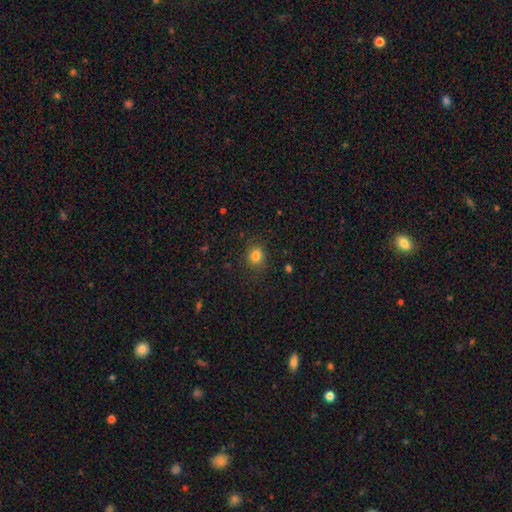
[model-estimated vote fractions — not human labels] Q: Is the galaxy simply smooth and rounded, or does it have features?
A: smooth — 82%.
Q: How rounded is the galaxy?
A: round — 69%.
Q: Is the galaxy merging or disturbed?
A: none — 84%.